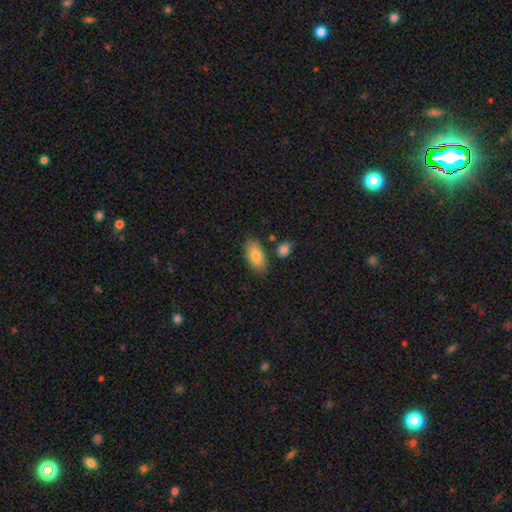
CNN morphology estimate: Smooth or featured?
  - smooth: 82% *
  - featured or disk: 11%
  - star or artifact: 7%
How rounded?
  - in between: 92% *
  - cigar-shaped: 5%
  - round: 3%
Merging?
  - none: 79% *
  - minor disturbance: 13%
  - merger: 5%
  - major disturbance: 3%